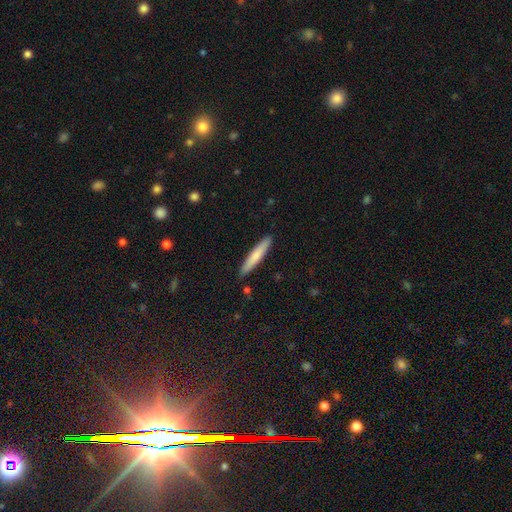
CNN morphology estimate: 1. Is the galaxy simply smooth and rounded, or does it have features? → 74% smooth, 21% featured or disk, 5% star or artifact.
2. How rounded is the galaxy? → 93% cigar-shaped, 6% in between, 1% round.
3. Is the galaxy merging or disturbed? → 90% none, 8% minor disturbance, 1% major disturbance, 1% merger.